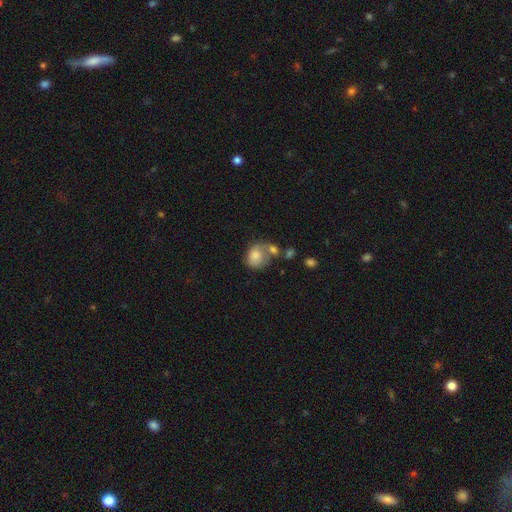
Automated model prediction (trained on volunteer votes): Morphology: type=smooth (77%); roundness=round (61%); merging=merger (34%).